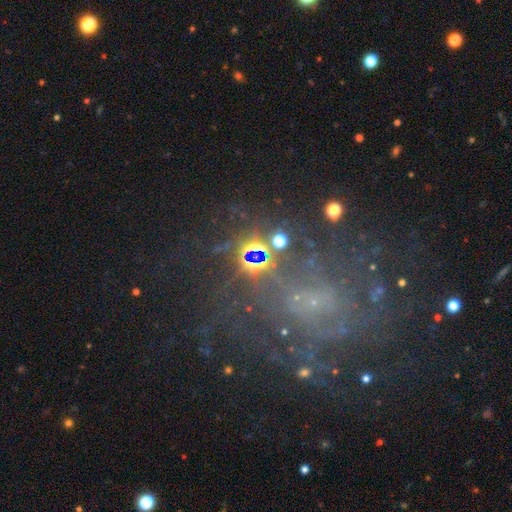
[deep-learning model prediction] Smooth or featured?
  - star or artifact: 75% *
  - smooth: 15%
  - featured or disk: 10%